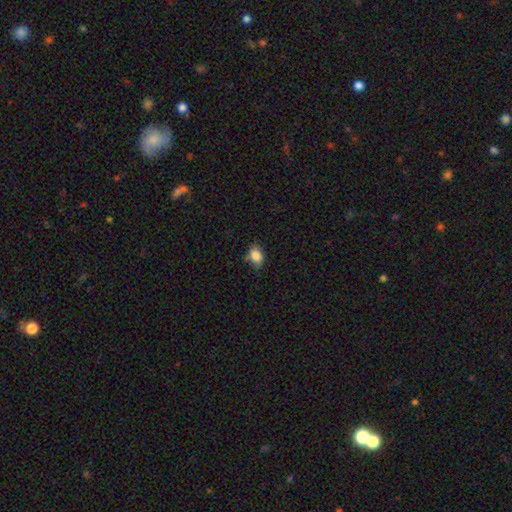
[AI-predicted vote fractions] smooth_or_featured: smooth (p=0.85) [alt: star or artifact p=0.09]
how_rounded: in between (p=0.75) [alt: round p=0.23]
merging: none (p=0.62) [alt: minor disturbance p=0.29]